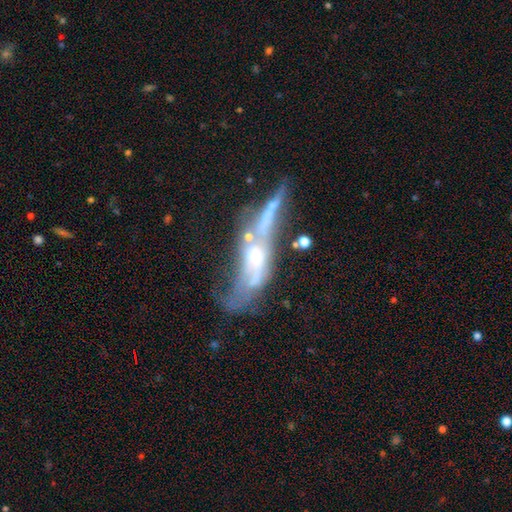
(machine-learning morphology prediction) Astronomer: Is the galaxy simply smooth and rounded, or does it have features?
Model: featured or disk — 70%.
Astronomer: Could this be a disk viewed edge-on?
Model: no — 64%.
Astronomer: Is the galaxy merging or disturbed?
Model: merger — 39% (runner-up: major disturbance, 30%).